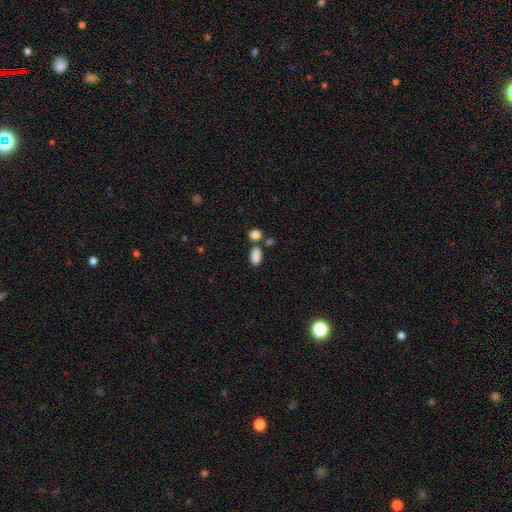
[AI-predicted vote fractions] Morphology: type=smooth (86%); roundness=in between (89%); merging=none (61%).